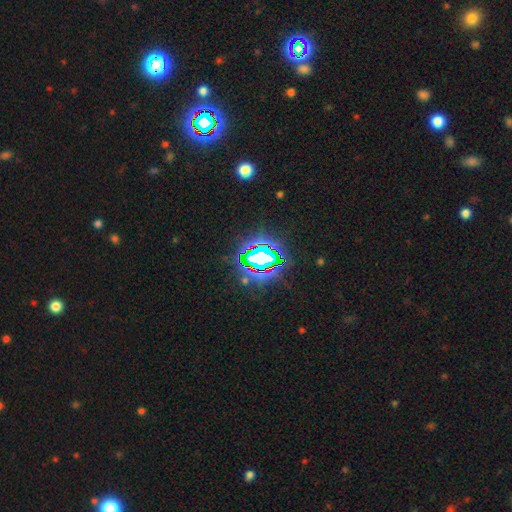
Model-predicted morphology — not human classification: Smooth or featured? Predicted: star or artifact (p=0.78).